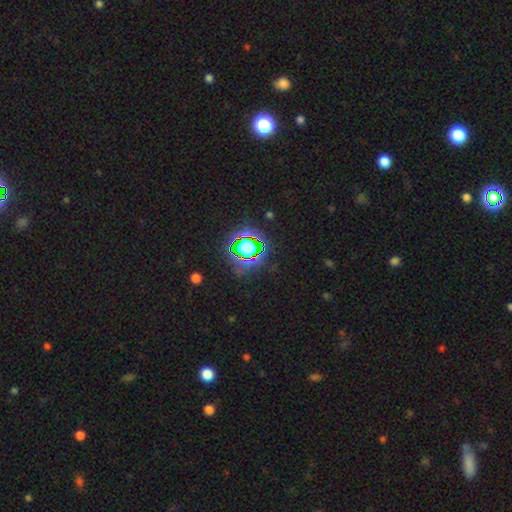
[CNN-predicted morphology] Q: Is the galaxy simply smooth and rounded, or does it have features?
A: star or artifact — 78%.